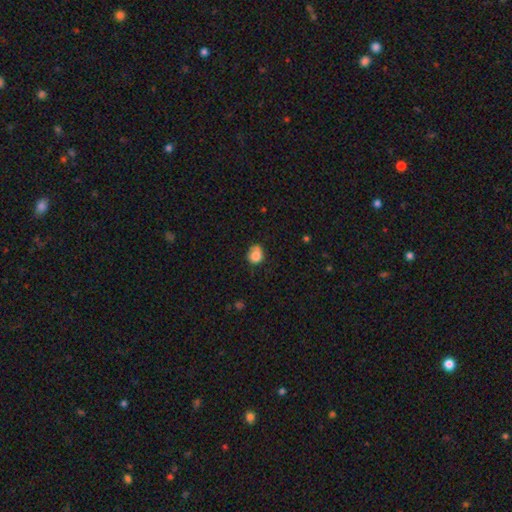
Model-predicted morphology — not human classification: Smooth or featured: smooth — 80% (featured or disk — 11%)
How rounded: round — 68% (in between — 31%)
Merging: none — 51% (minor disturbance — 33%)